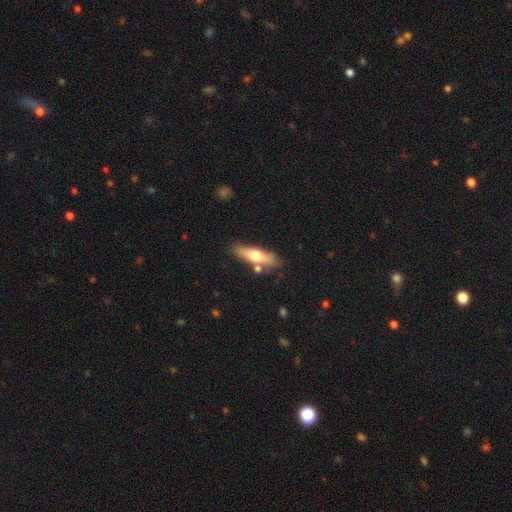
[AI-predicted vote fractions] Morphology: type=smooth (54%); roundness=cigar-shaped (60%); merging=none (74%).